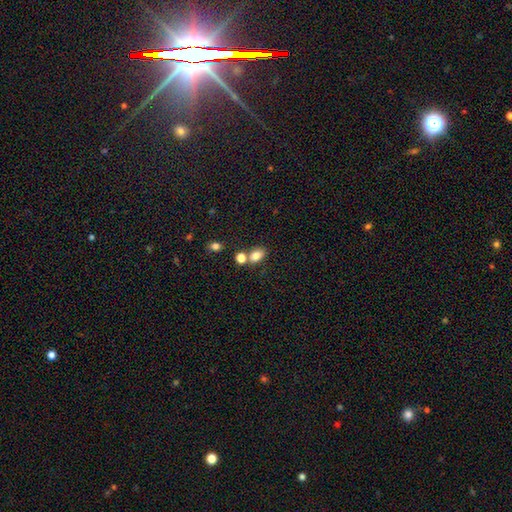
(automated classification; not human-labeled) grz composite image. It shows a smooth galaxy with no disk features (82%) that is in between round and cigar-shaped (77%). Merging: none (60%).